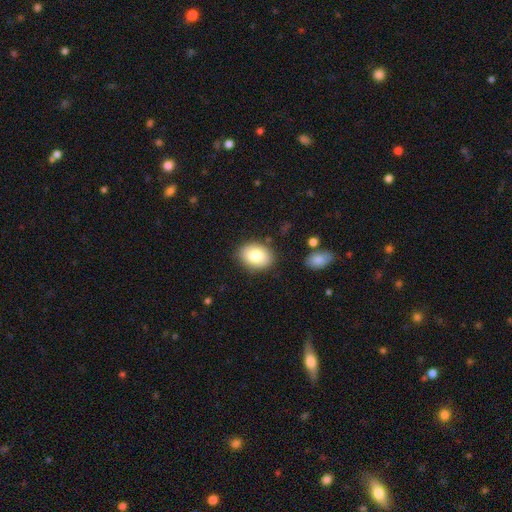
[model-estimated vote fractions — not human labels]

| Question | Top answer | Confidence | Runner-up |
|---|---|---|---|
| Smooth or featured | smooth | 82% | featured or disk (10%) |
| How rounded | in between | 67% | round (32%) |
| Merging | none | 85% | minor disturbance (11%) |